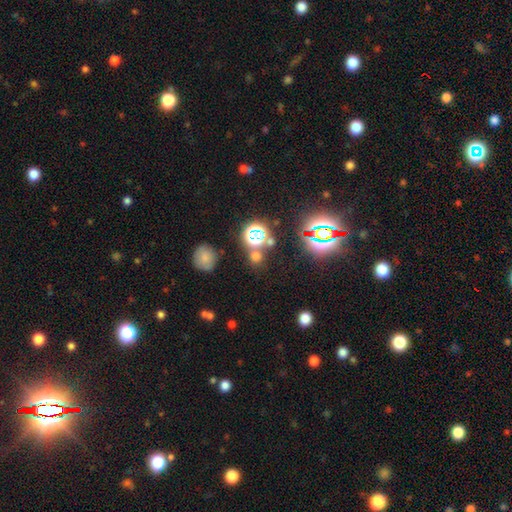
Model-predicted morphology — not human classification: Overall: smooth (51%; star or artifact 42%). How rounded: round (82%). Merging: none (67%).